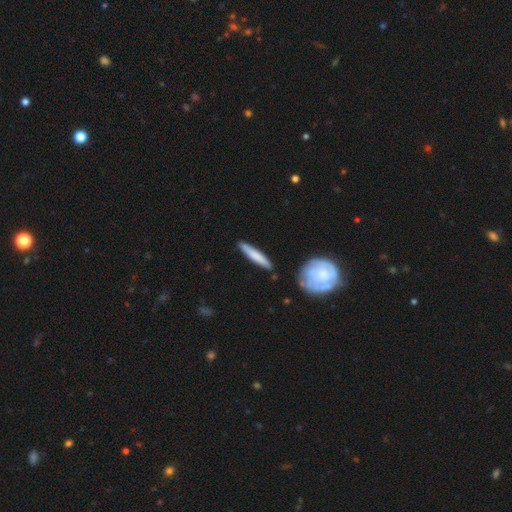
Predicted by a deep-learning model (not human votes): Morphology: type=smooth (71%); roundness=cigar-shaped (91%); merging=none (87%).